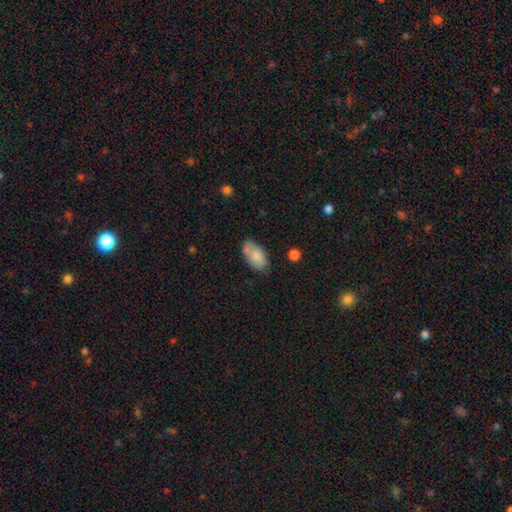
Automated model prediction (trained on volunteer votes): A smooth galaxy with no disk features (81%) that is in between round and cigar-shaped (93%).

Vote fractions:
- Smooth or featured? smooth: 81% / featured or disk: 12% / star or artifact: 7%
- How rounded? in between: 93% / round: 4% / cigar-shaped: 2%
- Merging? none: 58% / minor disturbance: 24% / merger: 11% / major disturbance: 6%